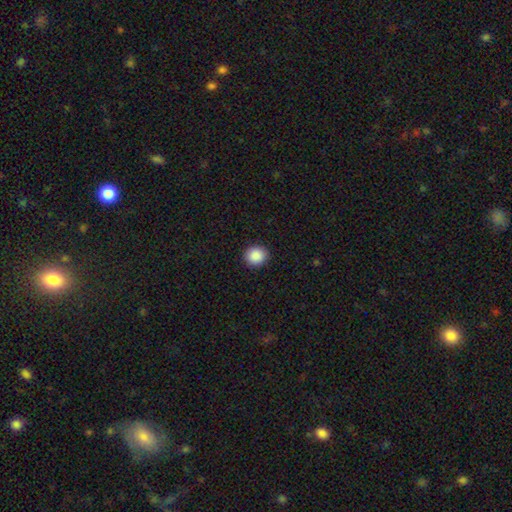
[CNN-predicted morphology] The model was most divided on "how rounded": round: 85%, in between: 14%, cigar-shaped: 1%. More confident: merging — none (91%); smooth or featured — smooth (89%).